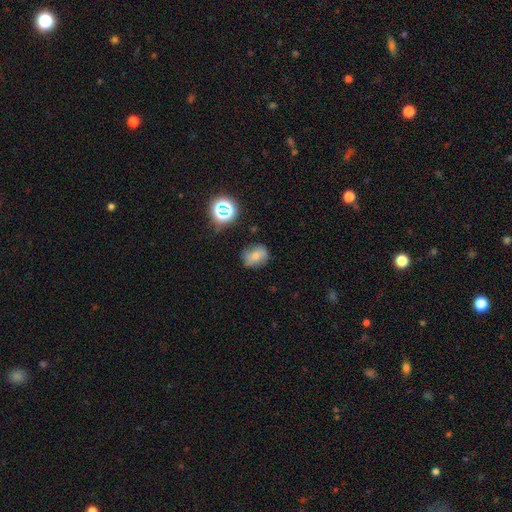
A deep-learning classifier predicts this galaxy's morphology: Overall: smooth (69%). How rounded: in between (51%; round 48%). Merging: none (71%).